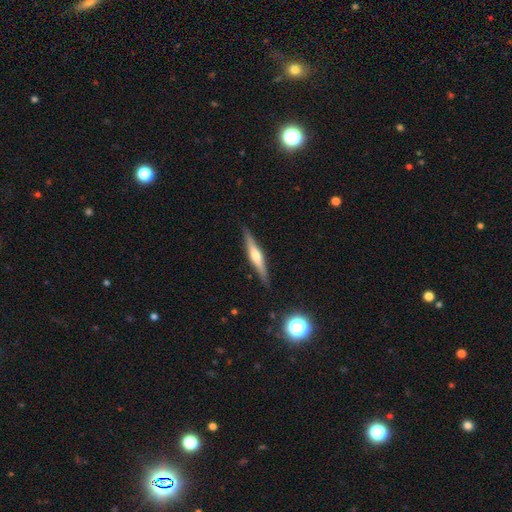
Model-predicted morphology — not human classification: This appears to be a featured or disk galaxy (65%) viewed edge-on (97%) with a rounded central bulge (86%). Merging: none (89%).